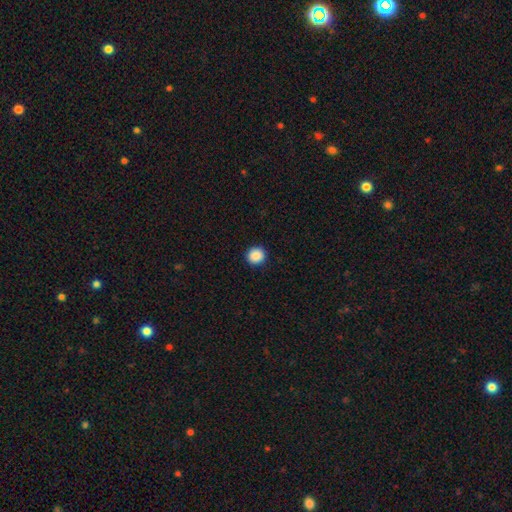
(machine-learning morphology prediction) Overall: smooth (89%). How rounded: round (93%). Merging: none (93%).